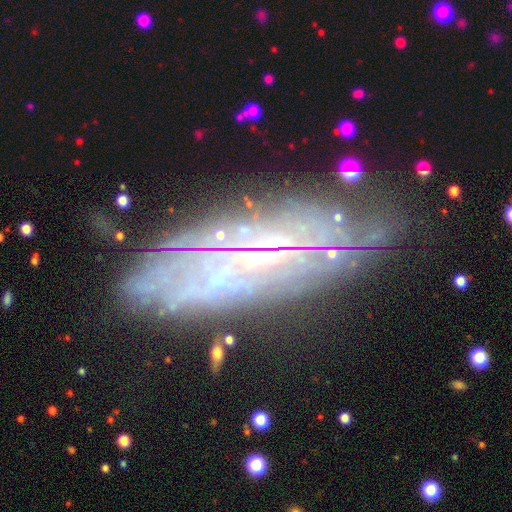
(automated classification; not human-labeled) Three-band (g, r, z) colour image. It shows a featured or disk galaxy (70%) with no bar (57%), spiral arms (65%) and a small central bulge (67%). Merging: none (73%).